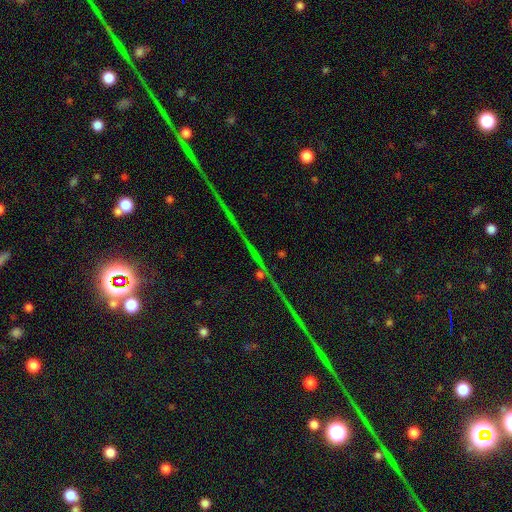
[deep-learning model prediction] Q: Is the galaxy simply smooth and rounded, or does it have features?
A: star or artifact — 69%.